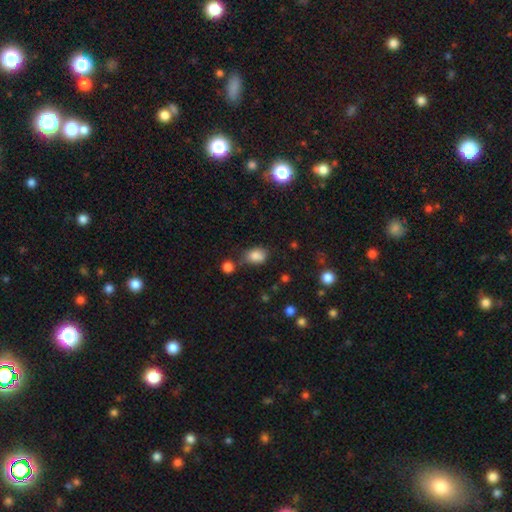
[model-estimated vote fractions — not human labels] Smooth or featured: smooth — 81% (star or artifact — 12%)
How rounded: in between — 72% (round — 26%)
Merging: none — 57% (minor disturbance — 24%)